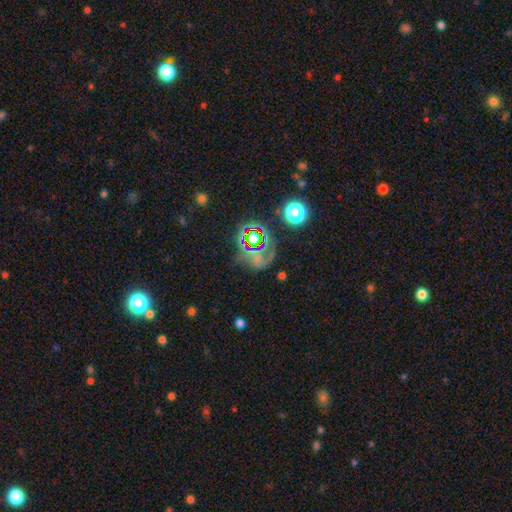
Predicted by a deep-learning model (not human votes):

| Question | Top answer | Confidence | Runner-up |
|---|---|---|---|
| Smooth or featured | star or artifact | 49% | featured or disk (27%) |